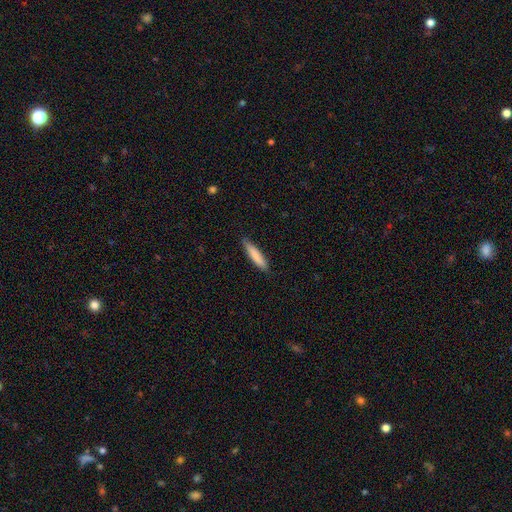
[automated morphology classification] smooth 83%, featured or disk 12%, star or artifact 5%. Down the decision tree: how rounded — cigar-shaped (85%); merging — none (86%).